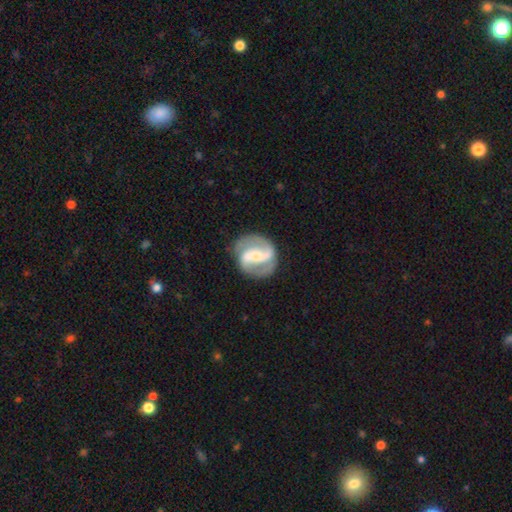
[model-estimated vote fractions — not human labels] Morphology: type=featured or disk (83%); edge-on=no (98%); bar=strong (49%); spiral arms=yes (93%); winding=medium (50%); arm count=2 (89%); bulge=small (43%); merging=none (75%).